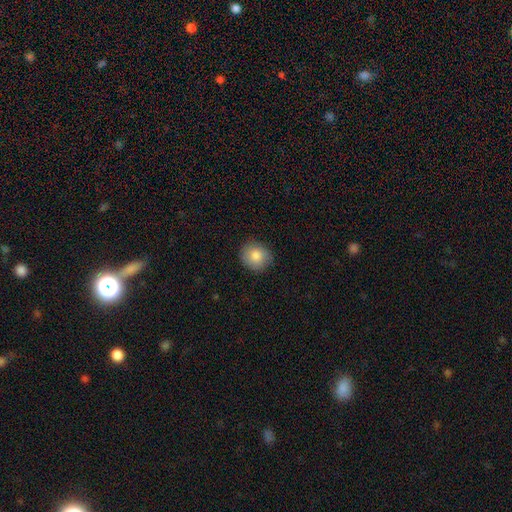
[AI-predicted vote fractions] Morphology: type=smooth (83%); roundness=round (80%); merging=none (86%).